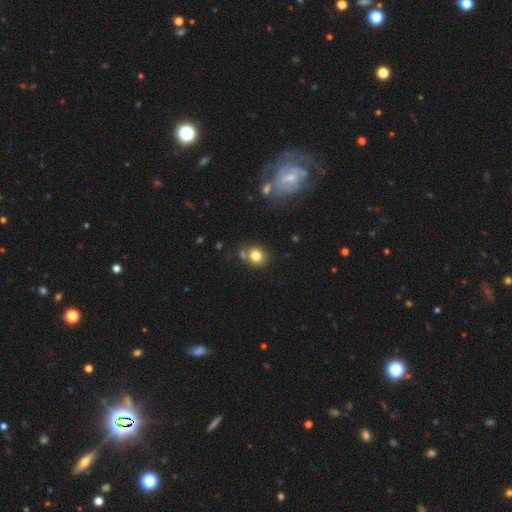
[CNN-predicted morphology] Q: Smooth or featured?
A: smooth (79%); runner-up: star or artifact (11%)
Q: How rounded?
A: round (76%); runner-up: in between (23%)
Q: Merging?
A: none (66%); runner-up: merger (17%)